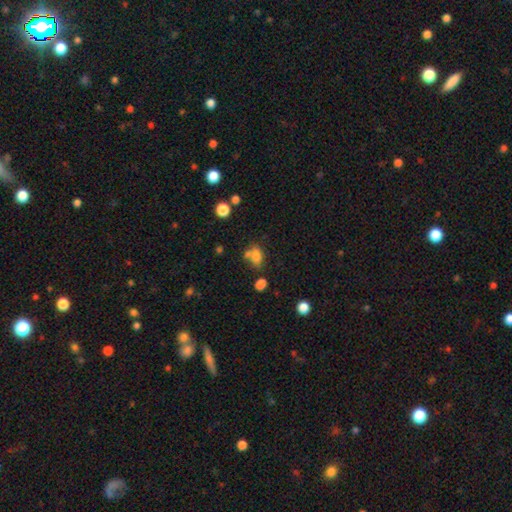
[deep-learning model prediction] Smooth or featured?
  - smooth: 77% *
  - star or artifact: 13%
  - featured or disk: 10%
How rounded?
  - in between: 82% *
  - round: 14%
  - cigar-shaped: 4%
Merging?
  - none: 47% *
  - merger: 31%
  - minor disturbance: 15%
  - major disturbance: 6%